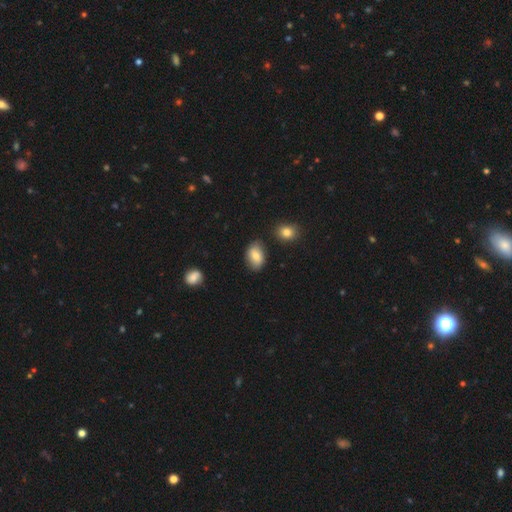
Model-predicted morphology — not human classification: Overall: smooth (78%). How rounded: in between (87%). Merging: none (79%).